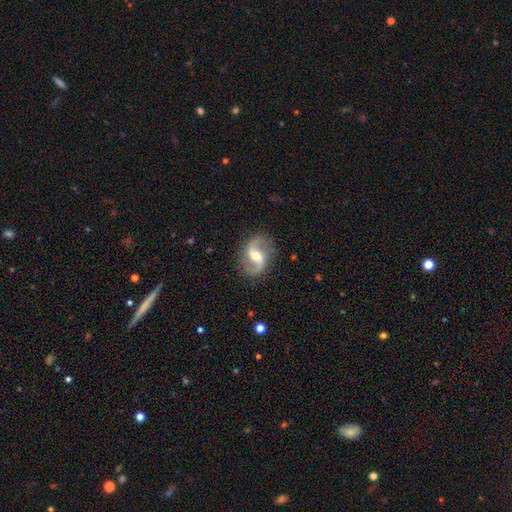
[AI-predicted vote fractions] Smooth or featured? Predicted: featured or disk (p=0.89). Edge-on disk? Predicted: no (p=0.98). Bar? Predicted: weak (p=0.45). Spiral arms? Predicted: yes (p=0.96). Spiral winding? Predicted: loose (p=0.58). Spiral arm count? Predicted: 2 (p=0.93). Bulge size? Predicted: moderate (p=0.62). Merging? Predicted: none (p=0.85).